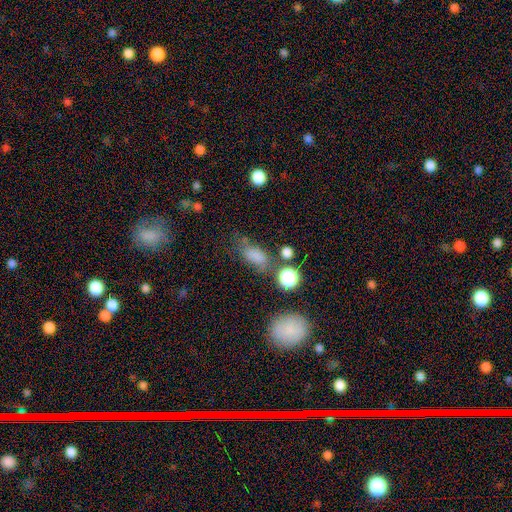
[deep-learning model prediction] Smooth or featured: smooth — 74% (star or artifact — 16%)
How rounded: in between — 75% (round — 18%)
Merging: none — 54% (minor disturbance — 23%)